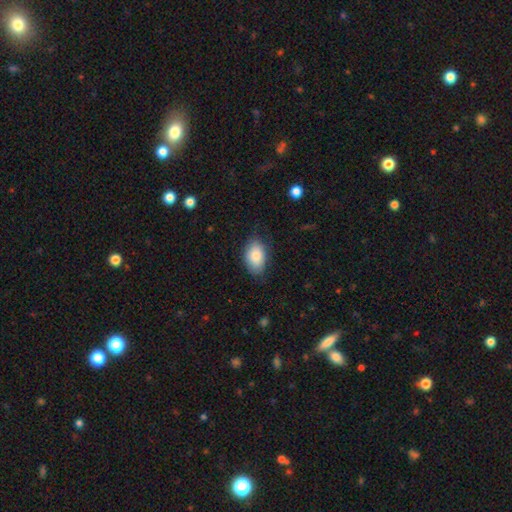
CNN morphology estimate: Q: Smooth or featured?
A: smooth (83%); runner-up: featured or disk (10%)
Q: How rounded?
A: in between (91%); runner-up: round (7%)
Q: Merging?
A: none (77%); runner-up: minor disturbance (18%)